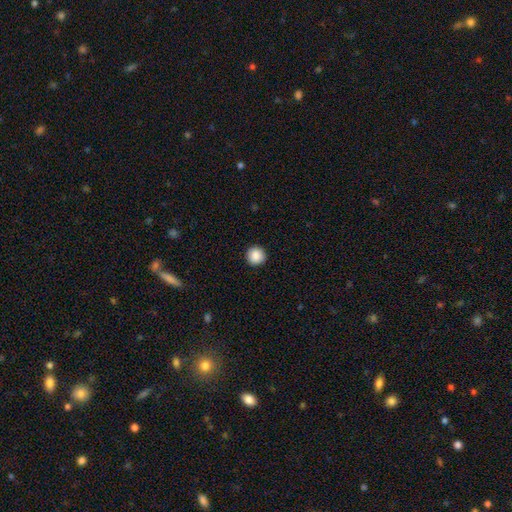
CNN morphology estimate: A smooth galaxy with no disk features (89%) that is round (96%). Merging: none (93%).